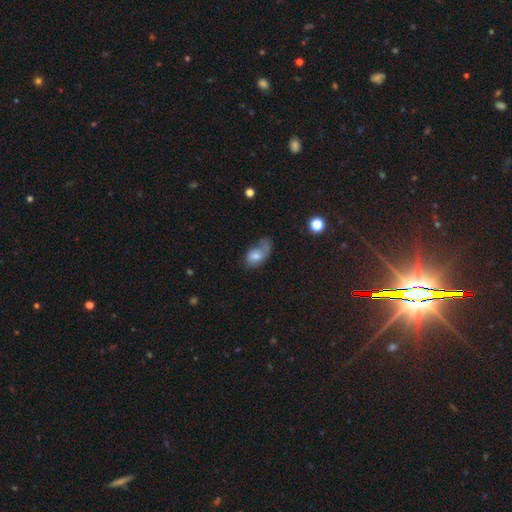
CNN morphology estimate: This appears to be a smooth galaxy with no disk features (59%) that is in between round and cigar-shaped (87%). Merging: major disturbance (35%).